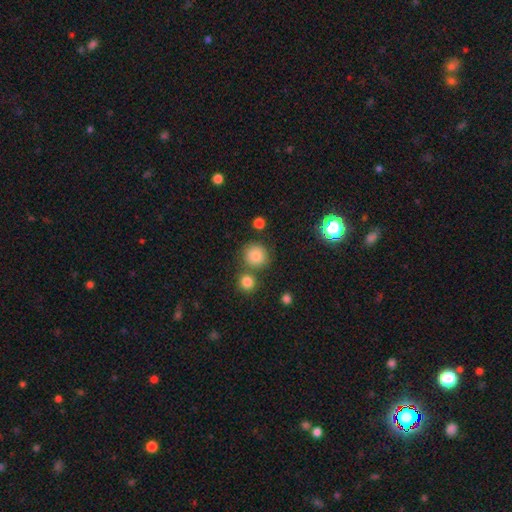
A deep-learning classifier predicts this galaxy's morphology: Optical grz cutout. It shows a smooth galaxy with no disk features (82%) that is round (91%). Merging: none (74%).